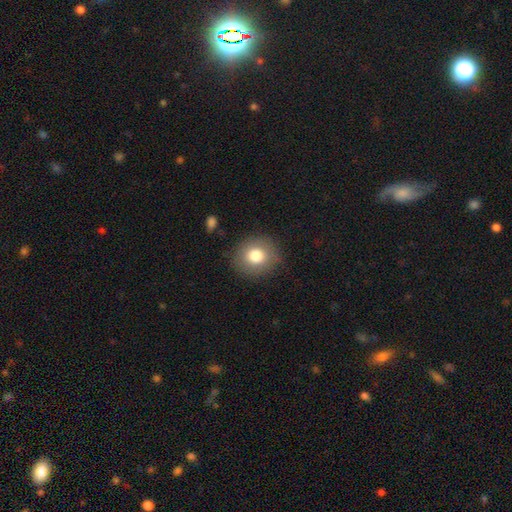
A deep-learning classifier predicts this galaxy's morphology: Smooth or featured: smooth — 78% (featured or disk — 12%)
How rounded: round — 84% (in between — 15%)
Merging: none — 87% (minor disturbance — 9%)